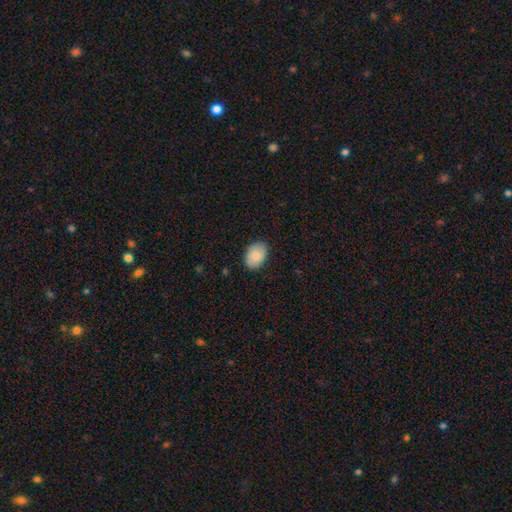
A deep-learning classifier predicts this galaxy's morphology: smooth_or_featured: smooth (p=0.83) [alt: featured or disk p=0.11]
how_rounded: in between (p=0.81) [alt: round p=0.18]
merging: none (p=0.85) [alt: minor disturbance p=0.12]